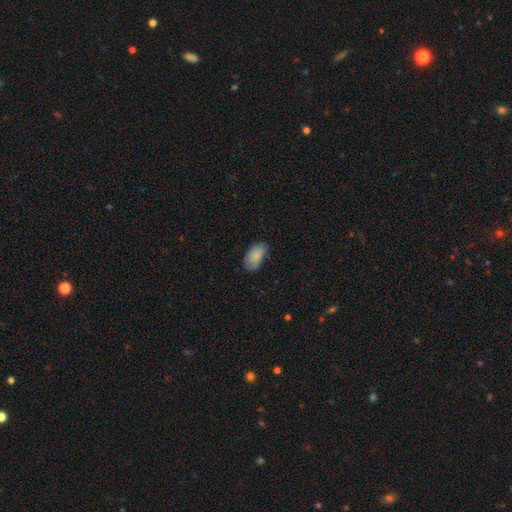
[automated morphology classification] Smooth or featured? Predicted: smooth (p=0.87). How rounded? Predicted: in between (p=0.94). Merging? Predicted: none (p=0.73).